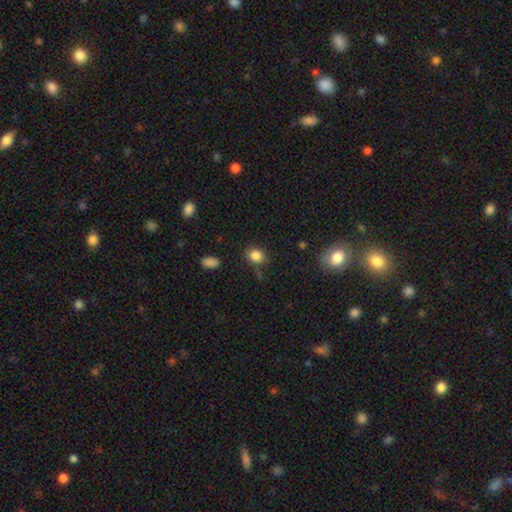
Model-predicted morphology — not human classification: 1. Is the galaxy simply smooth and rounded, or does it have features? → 84% smooth, 11% star or artifact, 5% featured or disk.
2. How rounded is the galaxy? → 69% round, 29% in between, 1% cigar-shaped.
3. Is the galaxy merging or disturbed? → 77% none, 15% minor disturbance, 5% major disturbance, 4% merger.